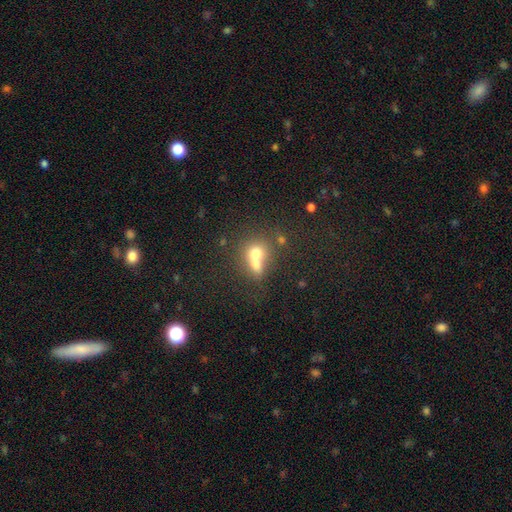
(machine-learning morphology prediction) Q: Smooth or featured?
A: smooth (67%); runner-up: featured or disk (21%)
Q: How rounded?
A: round (64%); runner-up: in between (34%)
Q: Merging?
A: merger (65%); runner-up: none (23%)